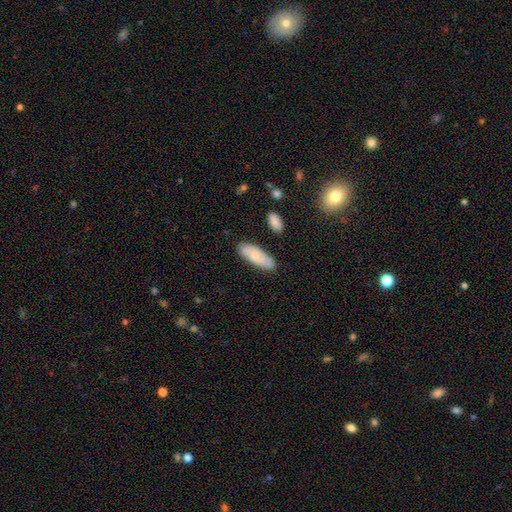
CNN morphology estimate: Smooth or featured?
  - smooth: 62% *
  - featured or disk: 32%
  - star or artifact: 6%
How rounded?
  - in between: 73% *
  - cigar-shaped: 24%
  - round: 2%
Merging?
  - none: 80% *
  - minor disturbance: 15%
  - major disturbance: 3%
  - merger: 3%